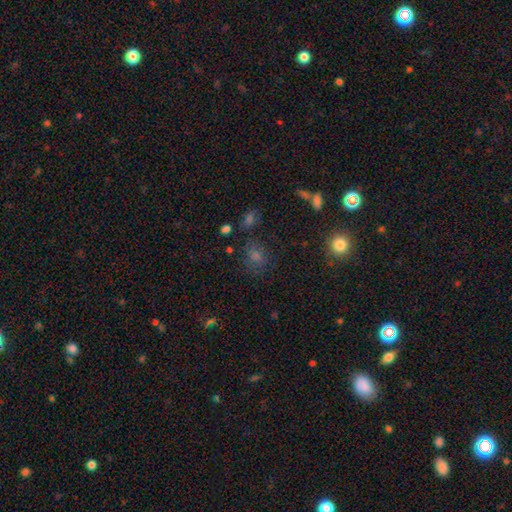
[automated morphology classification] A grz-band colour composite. It shows a smooth galaxy with no disk features (54%) that is round (67%). Merging: none (77%).